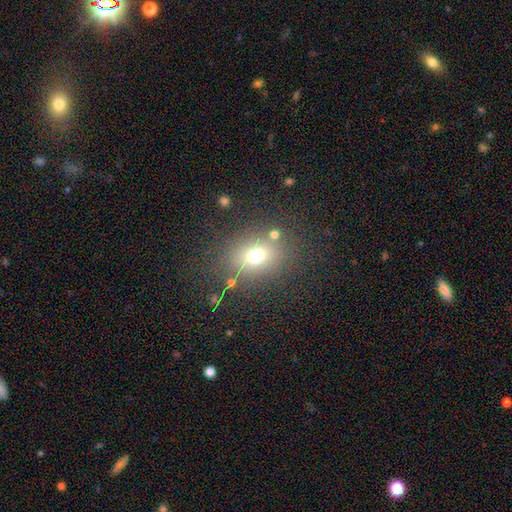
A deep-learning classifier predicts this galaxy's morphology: A smooth galaxy with no disk features (68%) that is round (51%).

Vote fractions:
- Smooth or featured? smooth: 68% / star or artifact: 19% / featured or disk: 14%
- How rounded? round: 51% / in between: 47% / cigar-shaped: 2%
- Merging? none: 76% / minor disturbance: 12% / major disturbance: 6% / merger: 6%